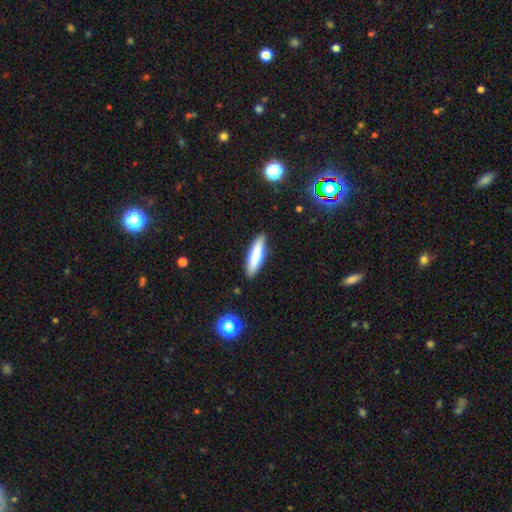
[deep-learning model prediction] This is likely a smooth galaxy (73%). How rounded: likely cigar-shaped (66%). Merging: clearly none (89%).